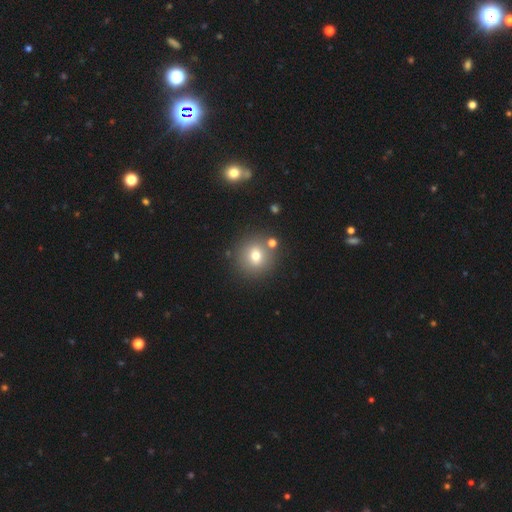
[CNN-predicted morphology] Smooth or featured?
  - smooth: 72% *
  - star or artifact: 14%
  - featured or disk: 14%
How rounded?
  - round: 90% *
  - in between: 9%
  - cigar-shaped: 1%
Merging?
  - none: 81% *
  - minor disturbance: 8%
  - merger: 8%
  - major disturbance: 3%